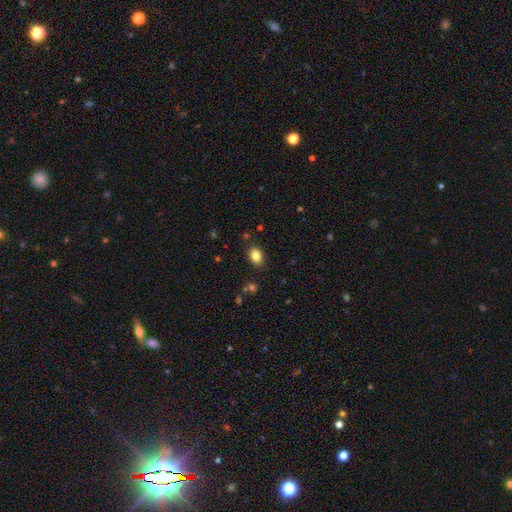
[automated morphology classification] Q: Smooth or featured?
A: smooth (84%); runner-up: star or artifact (10%)
Q: How rounded?
A: in between (78%); runner-up: round (21%)
Q: Merging?
A: none (86%); runner-up: minor disturbance (10%)